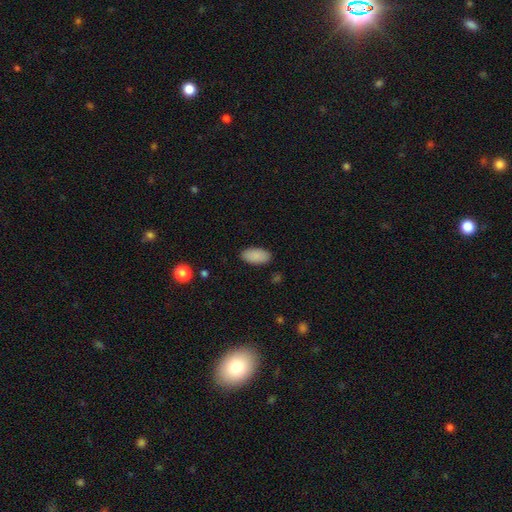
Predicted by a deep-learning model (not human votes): Q: Smooth or featured?
A: smooth (89%); runner-up: star or artifact (7%)
Q: How rounded?
A: in between (94%); runner-up: cigar-shaped (4%)
Q: Merging?
A: none (88%); runner-up: minor disturbance (9%)